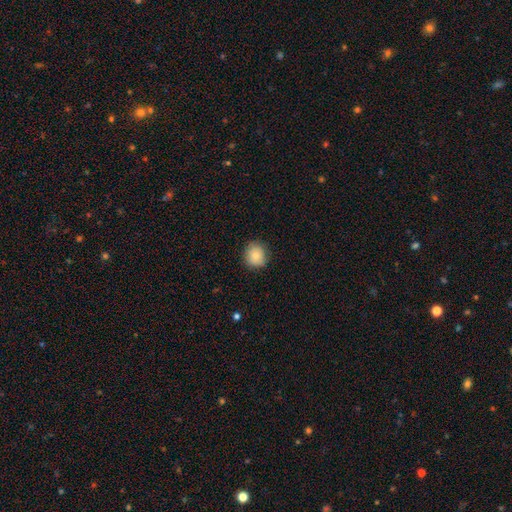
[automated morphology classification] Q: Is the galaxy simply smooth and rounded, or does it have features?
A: smooth — 81%.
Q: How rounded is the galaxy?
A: round — 85%.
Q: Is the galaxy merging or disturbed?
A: none — 83%.